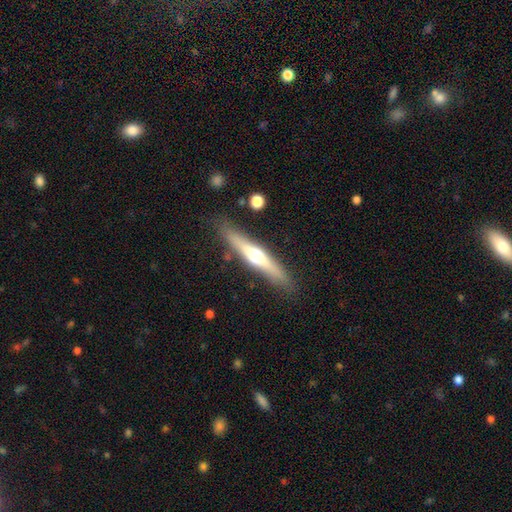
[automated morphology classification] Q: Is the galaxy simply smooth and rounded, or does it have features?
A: featured or disk — 60%.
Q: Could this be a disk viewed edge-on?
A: yes — 94%.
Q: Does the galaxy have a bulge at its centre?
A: rounded — 90%.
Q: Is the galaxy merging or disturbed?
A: none — 86%.